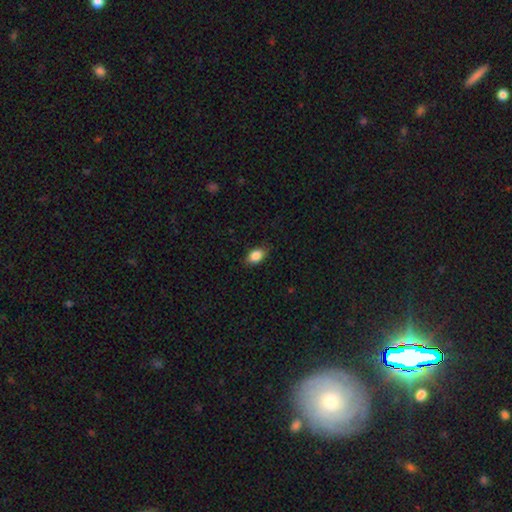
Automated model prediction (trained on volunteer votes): Morphology: type=smooth (87%); roundness=in between (85%); merging=none (84%).